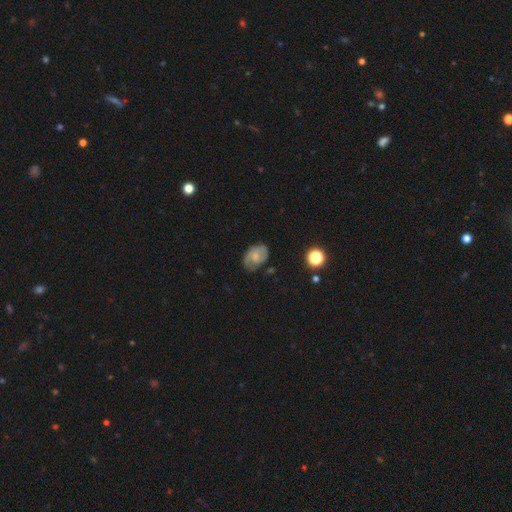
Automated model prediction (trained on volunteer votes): Smooth or featured?
  - featured or disk: 51% *
  - smooth: 40%
  - star or artifact: 9%
Edge-on disk?
  - no: 96% *
  - yes: 4%
Merging?
  - none: 65% *
  - minor disturbance: 25%
  - major disturbance: 9%
  - merger: 2%